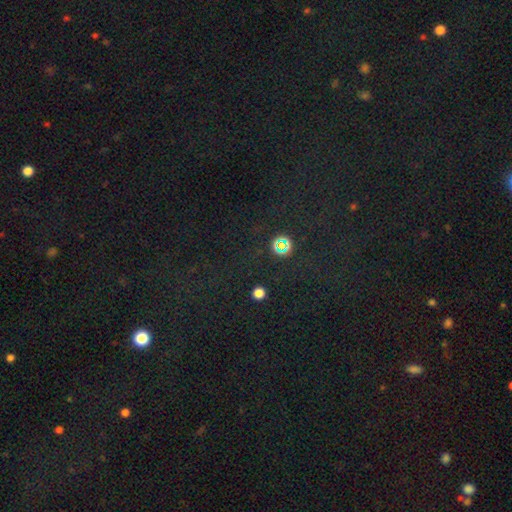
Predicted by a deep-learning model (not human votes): Morphology: type=star or artifact (69%).